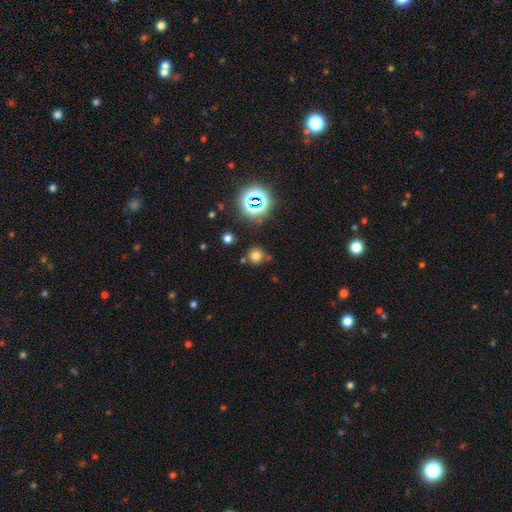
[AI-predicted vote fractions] A smooth galaxy with no disk features (69%) that is round (92%).

Vote fractions:
- Smooth or featured? smooth: 69% / star or artifact: 23% / featured or disk: 8%
- How rounded? round: 92% / in between: 7% / cigar-shaped: 1%
- Merging? none: 80% / minor disturbance: 9% / merger: 7% / major disturbance: 3%